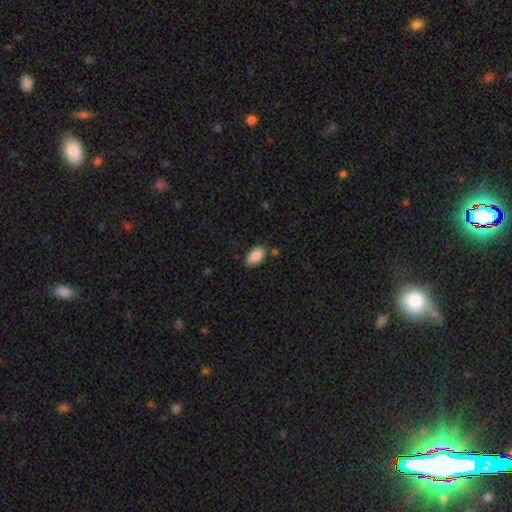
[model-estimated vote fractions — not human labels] Smooth or featured: smooth — 88% (star or artifact — 7%)
How rounded: in between — 94% (cigar-shaped — 3%)
Merging: none — 80% (minor disturbance — 14%)